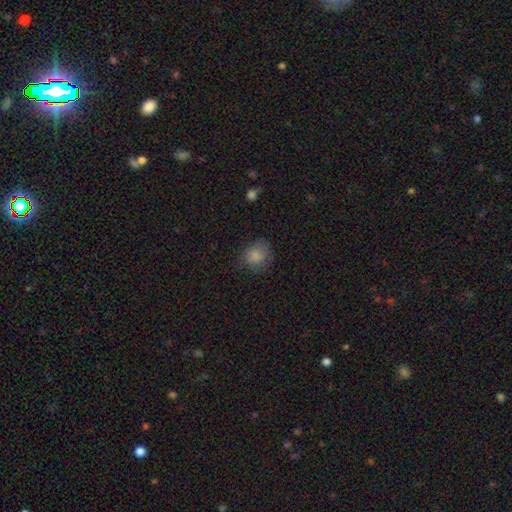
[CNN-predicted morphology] smooth_or_featured: smooth (p=0.82) [alt: star or artifact p=0.09]
how_rounded: round (p=0.77) [alt: in between p=0.23]
merging: none (p=0.68) [alt: minor disturbance p=0.22]